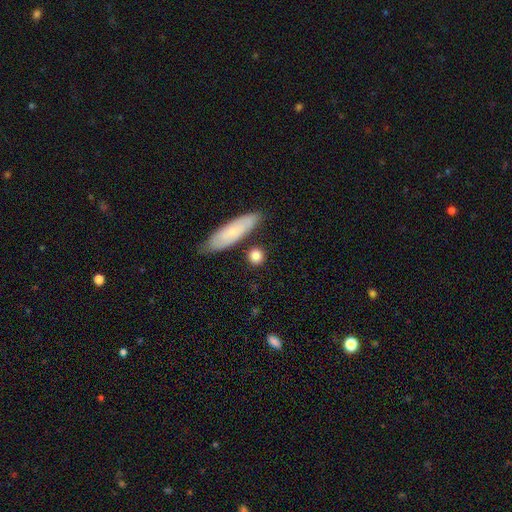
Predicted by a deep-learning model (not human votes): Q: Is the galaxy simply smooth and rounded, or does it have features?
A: smooth — 82%.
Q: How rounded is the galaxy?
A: round — 73%.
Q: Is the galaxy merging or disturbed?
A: none — 80%.